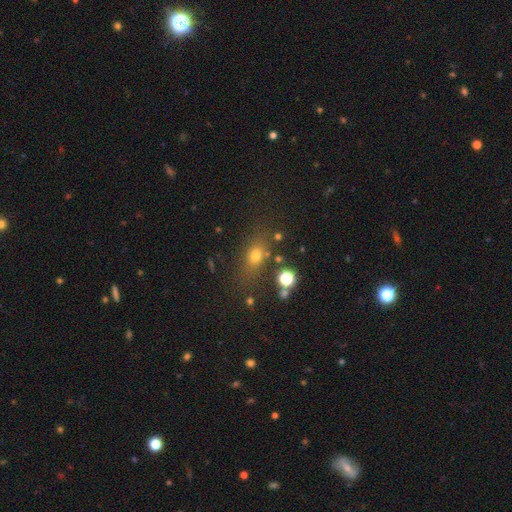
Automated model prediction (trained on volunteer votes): Smooth or featured?
  - smooth: 68% *
  - star or artifact: 18%
  - featured or disk: 14%
How rounded?
  - in between: 58% *
  - round: 31%
  - cigar-shaped: 11%
Merging?
  - none: 72% *
  - minor disturbance: 15%
  - major disturbance: 7%
  - merger: 6%